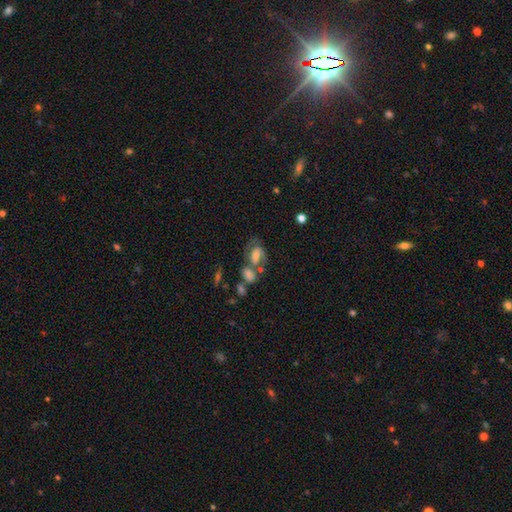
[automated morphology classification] smooth_or_featured: featured or disk (p=0.48) [alt: smooth p=0.40]
merging: merger (p=0.38) [alt: none p=0.34]